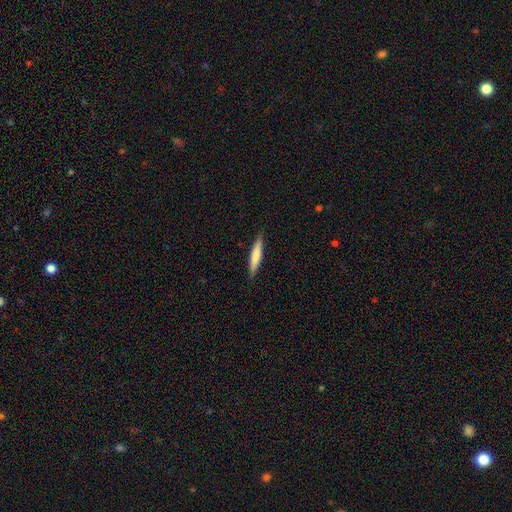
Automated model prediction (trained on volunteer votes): This is likely a smooth galaxy (71%). How rounded: clearly cigar-shaped (90%). Merging: clearly none (88%).